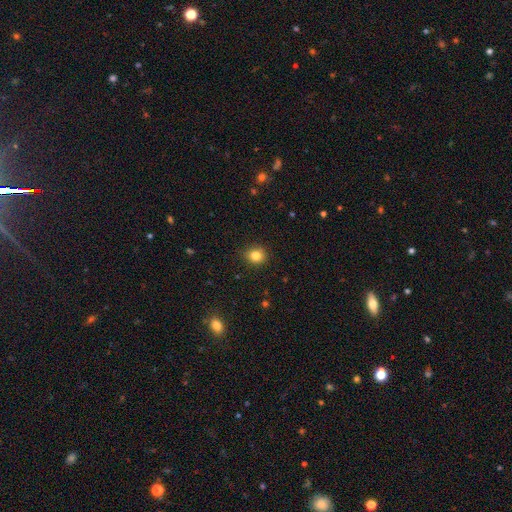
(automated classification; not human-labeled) This appears to be a smooth galaxy with no disk features (83%) that is round (79%). Merging: none (89%).